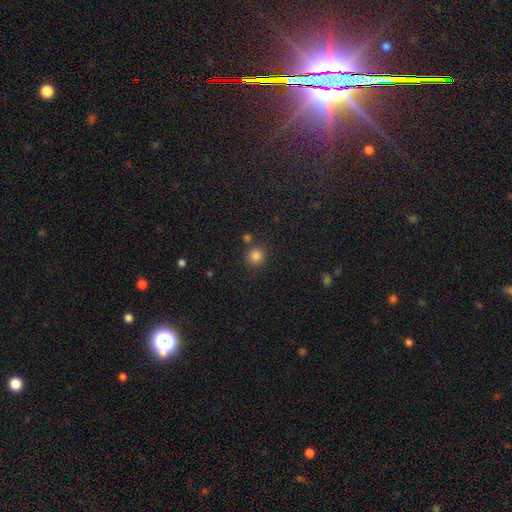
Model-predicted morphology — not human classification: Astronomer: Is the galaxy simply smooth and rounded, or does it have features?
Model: smooth — 83%.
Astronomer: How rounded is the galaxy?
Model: round — 92%.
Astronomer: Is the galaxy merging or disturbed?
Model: none — 81%.